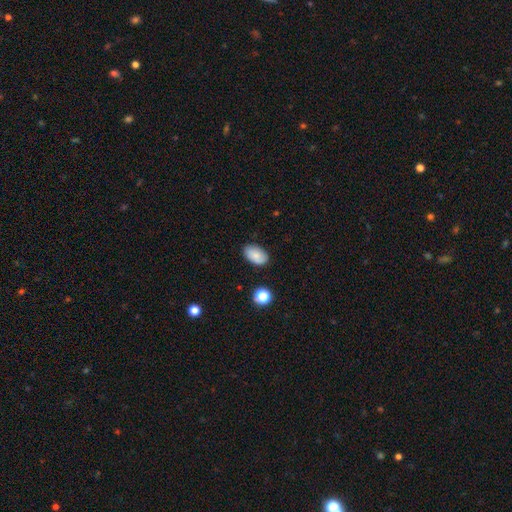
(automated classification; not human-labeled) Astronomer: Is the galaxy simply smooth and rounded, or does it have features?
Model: smooth — 81%.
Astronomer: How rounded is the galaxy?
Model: in between — 91%.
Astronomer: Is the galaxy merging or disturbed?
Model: none — 82%.